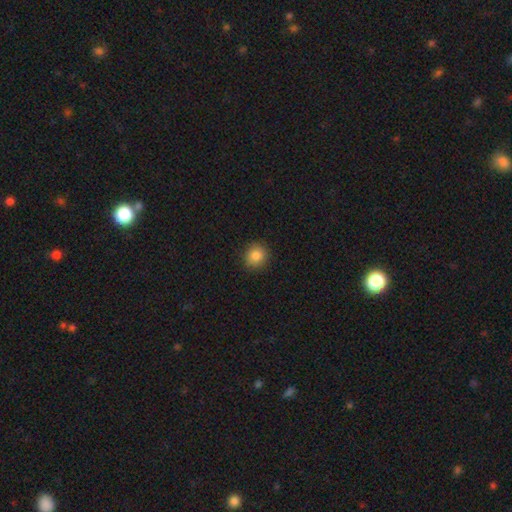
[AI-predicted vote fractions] A smooth galaxy with no disk features (85%) that is round (87%). Merging: none (88%).